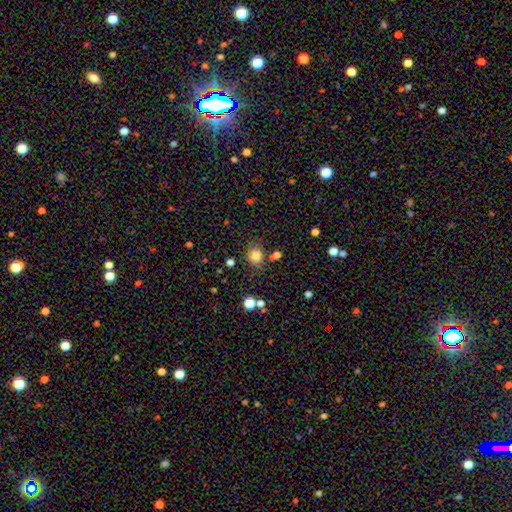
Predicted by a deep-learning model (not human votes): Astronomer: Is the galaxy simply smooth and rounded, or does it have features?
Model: smooth — 81%.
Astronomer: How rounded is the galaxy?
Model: round — 77%.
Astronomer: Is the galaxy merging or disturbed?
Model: none — 75%.